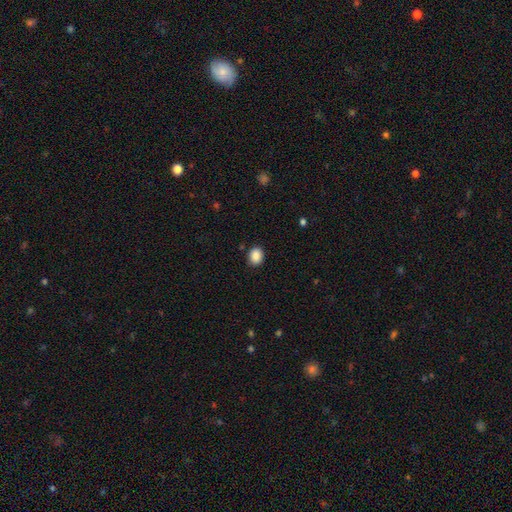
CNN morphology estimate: Smooth or featured? smooth (88%)
How rounded? in between (50%)
Merging? none (88%)